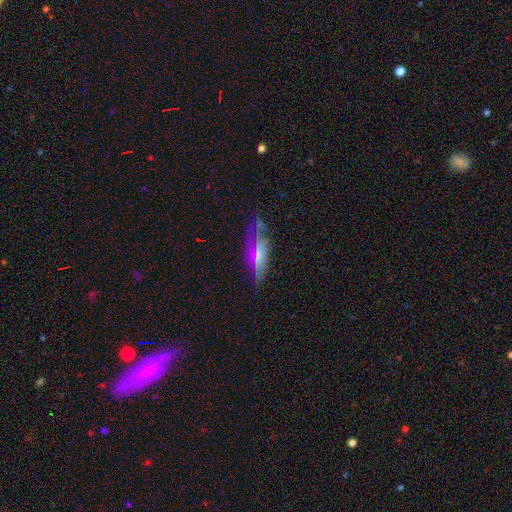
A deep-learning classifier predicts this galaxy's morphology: smooth-or-featured: featured or disk: 61% | smooth: 29% | star or artifact: 11%
  disk-edge-on: no: 54% | yes: 46%
  merging: none: 55% | minor disturbance: 26% | major disturbance: 15% | merger: 4%